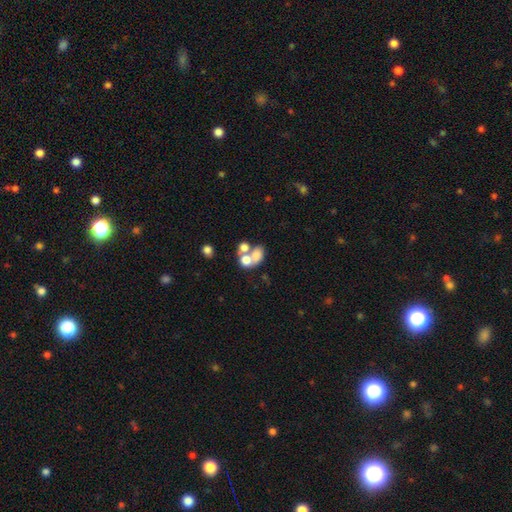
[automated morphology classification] Overall: smooth (62%; featured or disk 25%). How rounded: in between (58%; round 40%). Merging: merger (61%; none 23%).